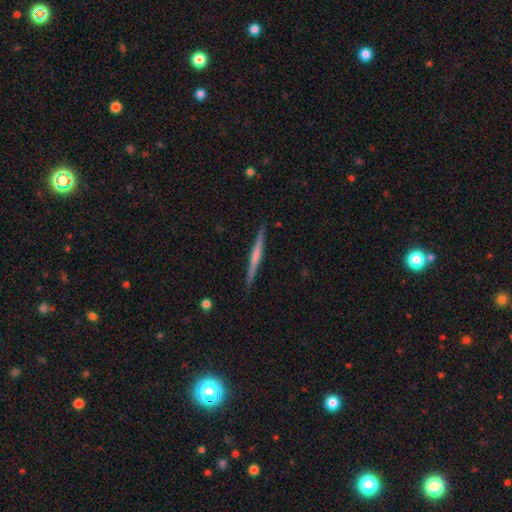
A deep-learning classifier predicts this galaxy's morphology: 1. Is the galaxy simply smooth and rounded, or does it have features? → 63% featured or disk, 32% smooth, 5% star or artifact.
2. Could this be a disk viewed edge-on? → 98% yes, 2% no.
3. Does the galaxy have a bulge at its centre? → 50% none, 37% rounded, 13% boxy.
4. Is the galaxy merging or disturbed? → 91% none, 7% minor disturbance, 1% major disturbance, 1% merger.